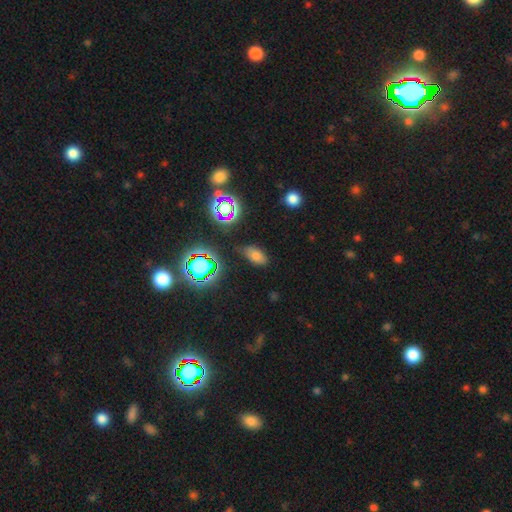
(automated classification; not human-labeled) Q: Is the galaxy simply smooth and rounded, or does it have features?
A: smooth — 65%.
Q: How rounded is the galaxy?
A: in between — 88%.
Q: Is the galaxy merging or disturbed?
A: none — 76%.